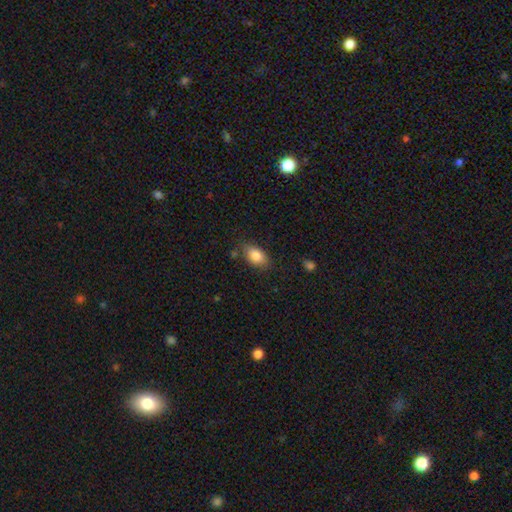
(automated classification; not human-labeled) Smooth or featured: smooth — 84% (featured or disk — 8%)
How rounded: in between — 88% (round — 10%)
Merging: none — 78% (minor disturbance — 16%)